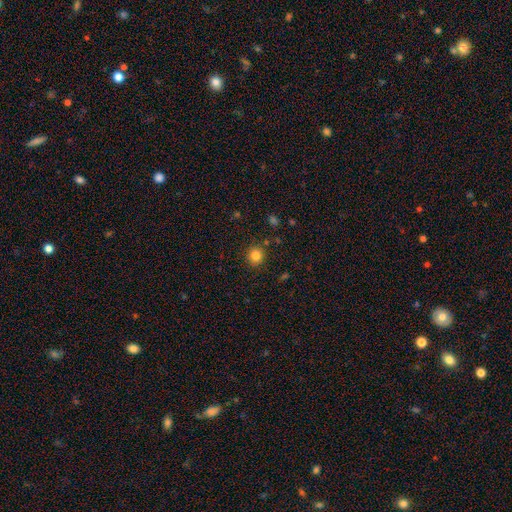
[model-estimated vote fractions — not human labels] Smooth or featured: smooth — 83% (star or artifact — 12%)
How rounded: round — 90% (in between — 9%)
Merging: none — 88% (minor disturbance — 7%)